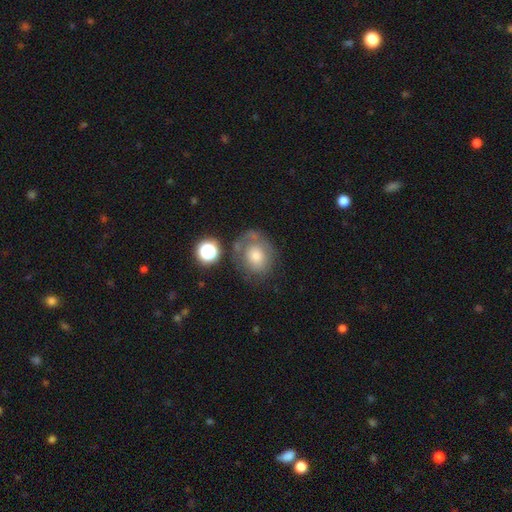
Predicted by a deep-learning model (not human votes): smooth 56%, featured or disk 32%, star or artifact 12%. Down the decision tree: how rounded — round (66%); merging — none (57%).